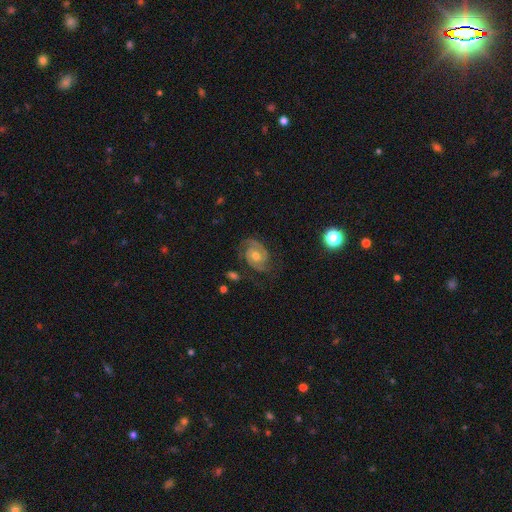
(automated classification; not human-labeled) Smooth or featured: featured or disk — 87% (smooth — 7%)
Edge-on disk: no — 97% (yes — 3%)
Bar: no — 61% (weak — 32%)
Spiral arms: yes — 97% (no — 3%)
Spiral winding: tight — 48% (medium — 42%)
Spiral arm count: 2 — 88% (can't tell — 5%)
Bulge size: moderate — 68% (small — 25%)
Merging: none — 76% (minor disturbance — 16%)